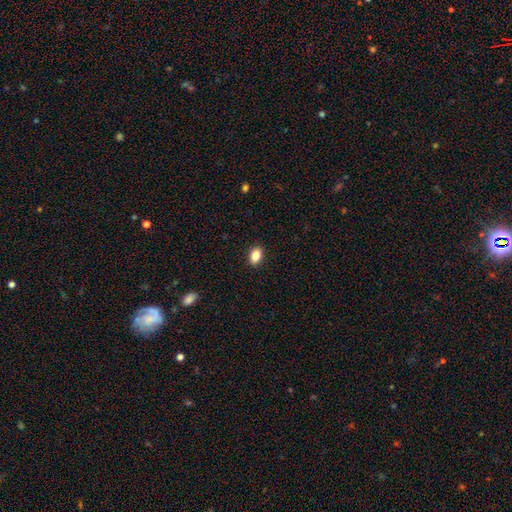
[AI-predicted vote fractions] Smooth or featured: smooth — 85% (star or artifact — 9%)
How rounded: in between — 79% (round — 20%)
Merging: none — 90% (minor disturbance — 7%)